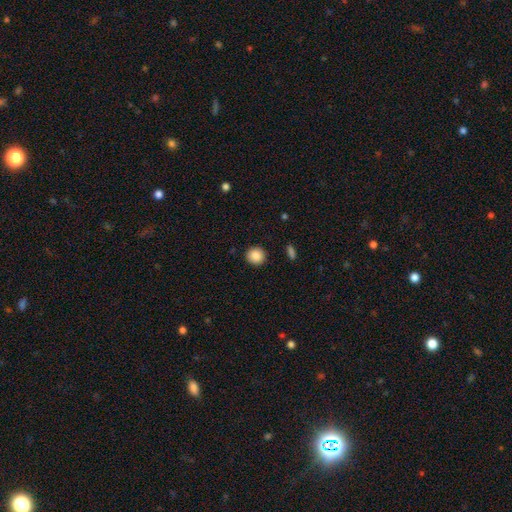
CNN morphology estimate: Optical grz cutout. It shows a smooth galaxy with no disk features (88%) that is round (92%). Merging: none (92%).